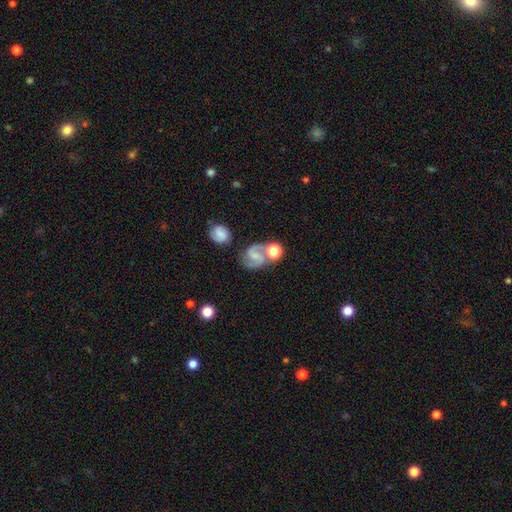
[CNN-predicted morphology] A featured or disk galaxy (75%) with a weak bar (47%), 2 (92%) medium (58%) spiral arms (95%) and a small central bulge (42%). Merging: none (59%).